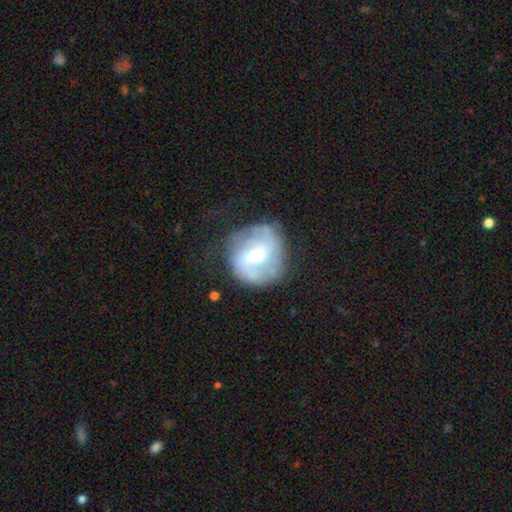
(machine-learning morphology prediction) A featured or disk galaxy (73%) with a weak bar (51%), 2 (55%) medium (42%) spiral arms (85%) and a moderate central bulge (50%).

Vote fractions:
- Smooth or featured? featured or disk: 73% / smooth: 21% / star or artifact: 7%
- Edge-on disk? no: 97% / yes: 3%
- Bar? weak: 51% / no: 32% / strong: 16%
- Spiral arms? yes: 85% / no: 15%
- Spiral winding? medium: 42% / tight: 33% / loose: 25%
- Spiral arm count? 2: 55% / can't tell: 25% / 3: 10% / 1: 4% / 4: 3% / more than 4: 3%
- Bulge size? moderate: 50% / small: 41% / large: 5% / none: 3% / dominant: 1%
- Merging? none: 66% / minor disturbance: 20% / major disturbance: 12% / merger: 2%